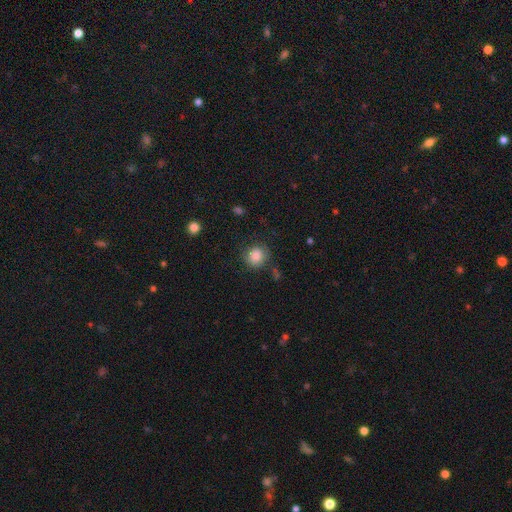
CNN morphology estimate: Smooth or featured: smooth — 84% (star or artifact — 9%)
How rounded: round — 86% (in between — 14%)
Merging: none — 71% (minor disturbance — 18%)